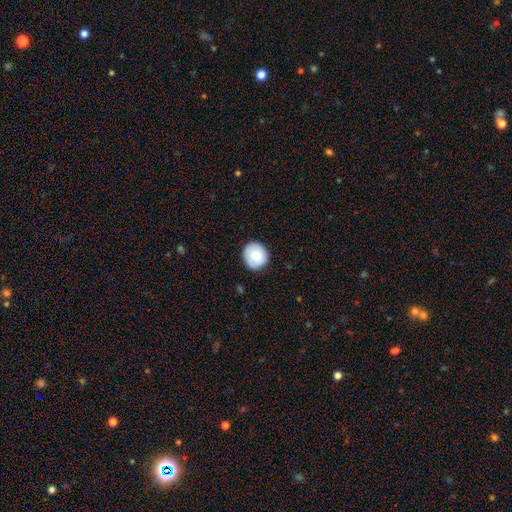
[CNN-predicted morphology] smooth 83%, featured or disk 10%, star or artifact 7%. Down the decision tree: how rounded — round (85%); merging — none (85%).